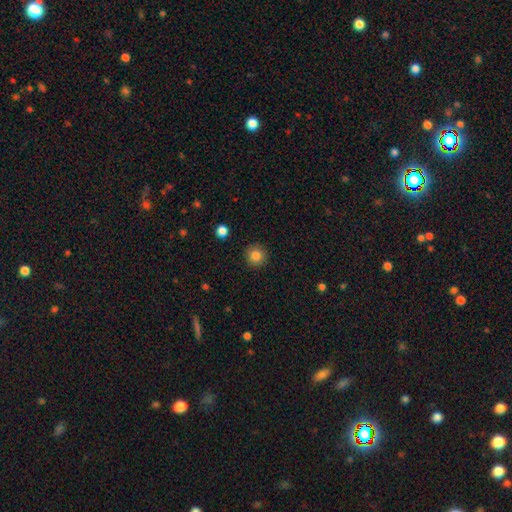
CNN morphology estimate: This appears to be a smooth galaxy with no disk features (84%) that is round (95%). Merging: none (92%).